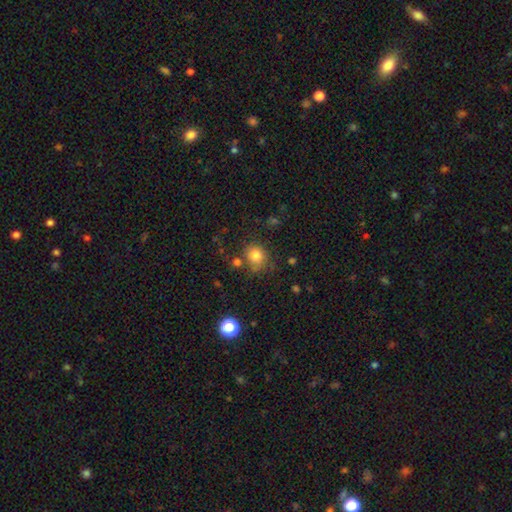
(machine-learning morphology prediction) The model was most divided on "how rounded": round: 75%, in between: 24%, cigar-shaped: 1%. More confident: smooth or featured — smooth (80%); merging — none (73%).